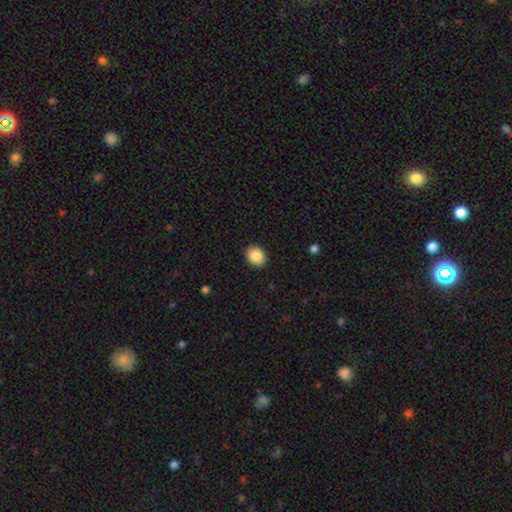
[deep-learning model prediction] smooth_or_featured: smooth (p=0.86) [alt: star or artifact p=0.08]
how_rounded: round (p=0.50) [alt: in between p=0.49]
merging: none (p=0.91) [alt: minor disturbance p=0.06]